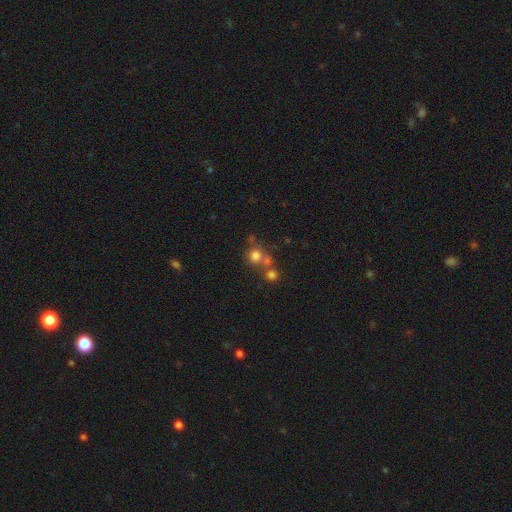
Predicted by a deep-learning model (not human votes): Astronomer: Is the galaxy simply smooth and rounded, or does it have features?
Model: smooth — 73%.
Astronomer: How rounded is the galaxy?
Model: round — 87%.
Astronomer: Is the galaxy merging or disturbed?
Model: none — 52% (runner-up: merger, 36%).